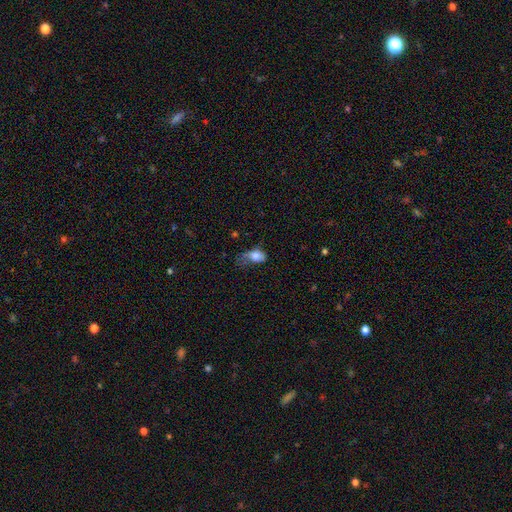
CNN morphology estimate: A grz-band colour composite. It shows a smooth galaxy with no disk features (74%) that is in between round and cigar-shaped (81%). Merging: major disturbance (49%).